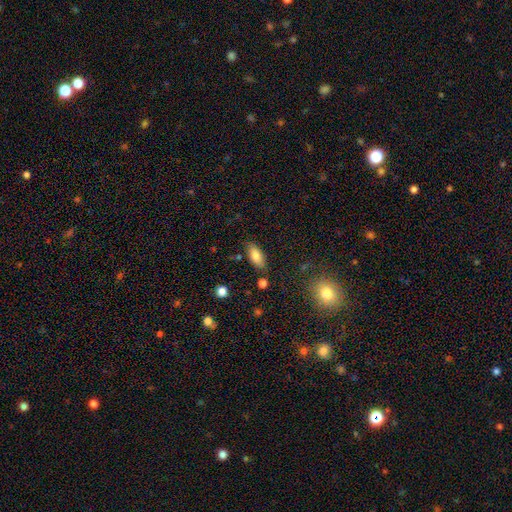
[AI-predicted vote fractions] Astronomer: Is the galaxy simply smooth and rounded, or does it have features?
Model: smooth — 82%.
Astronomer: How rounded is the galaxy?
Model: in between — 85%.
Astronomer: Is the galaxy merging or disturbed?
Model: none — 80%.